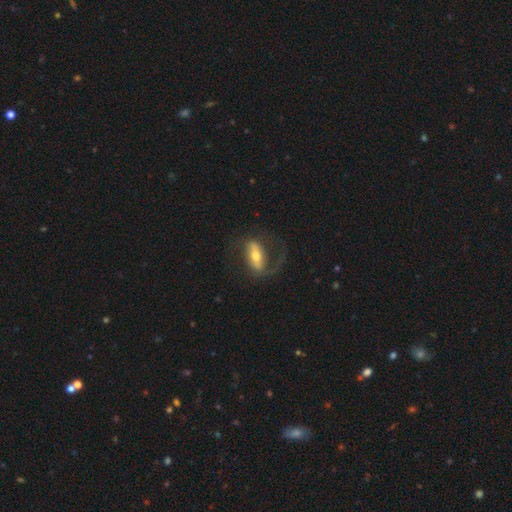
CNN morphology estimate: A featured or disk galaxy (70%) with a strong bar (58%), spiral arms (80%) and a moderate central bulge (63%). Merging: none (57%).